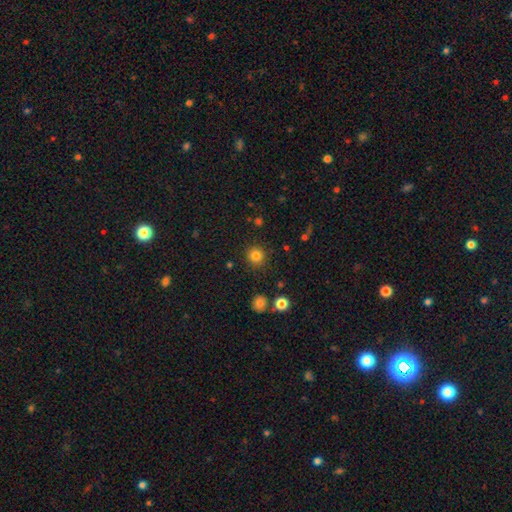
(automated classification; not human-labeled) smooth 82%, star or artifact 13%, featured or disk 5%. Down the decision tree: how rounded — round (93%); merging — none (89%).